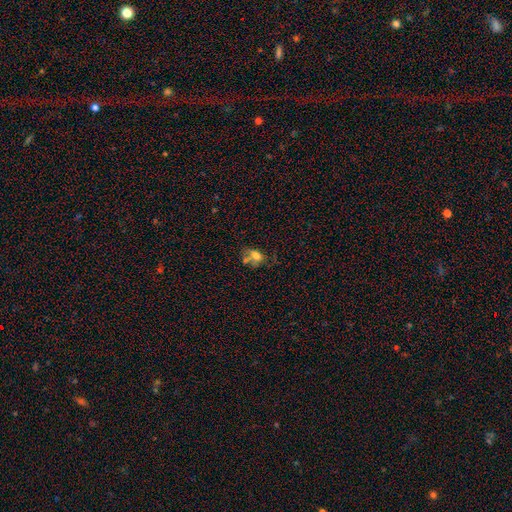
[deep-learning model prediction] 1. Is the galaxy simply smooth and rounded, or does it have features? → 64% smooth, 22% featured or disk, 14% star or artifact.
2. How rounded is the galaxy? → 68% in between, 30% round, 2% cigar-shaped.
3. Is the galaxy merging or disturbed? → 36% merger, 33% none, 18% minor disturbance, 13% major disturbance.